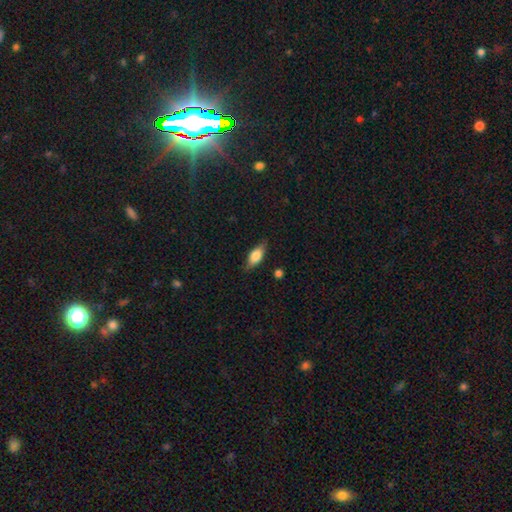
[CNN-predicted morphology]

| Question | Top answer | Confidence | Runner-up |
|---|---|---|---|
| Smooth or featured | smooth | 72% | featured or disk (21%) |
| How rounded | in between | 78% | cigar-shaped (18%) |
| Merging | none | 82% | minor disturbance (14%) |